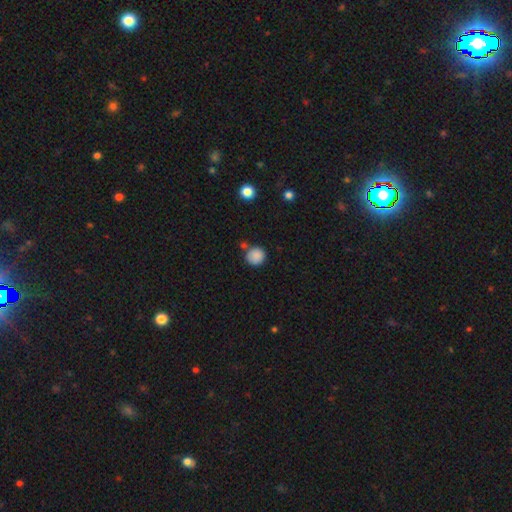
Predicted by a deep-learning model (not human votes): A smooth galaxy with no disk features (87%) that is round (91%). Merging: none (74%).